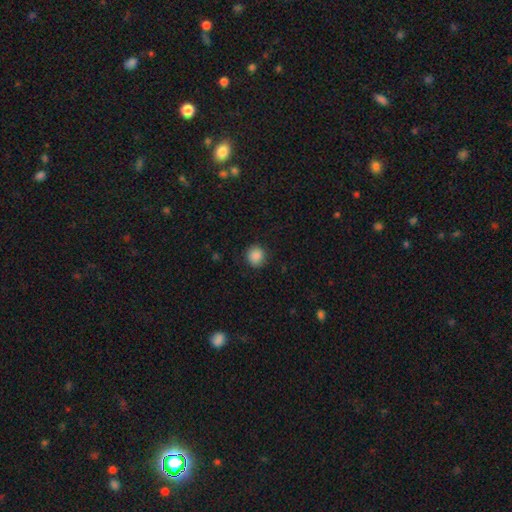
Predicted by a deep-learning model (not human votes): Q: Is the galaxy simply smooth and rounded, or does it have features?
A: smooth — 88%.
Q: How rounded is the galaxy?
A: round — 91%.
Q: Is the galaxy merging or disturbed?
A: none — 89%.